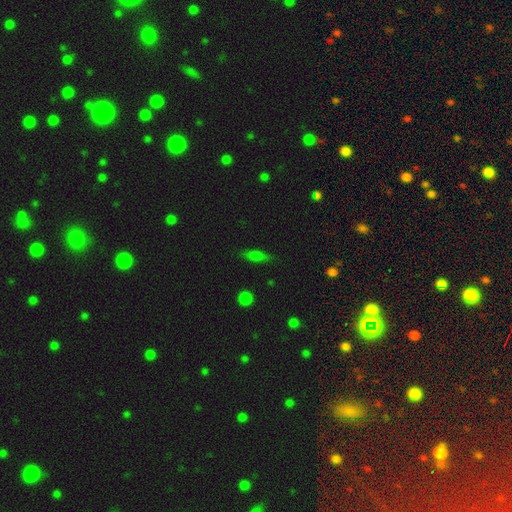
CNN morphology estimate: The model was most divided on "how rounded": in between: 53%, cigar-shaped: 42%, round: 5%. More confident: merging — none (81%); smooth or featured — smooth (67%).